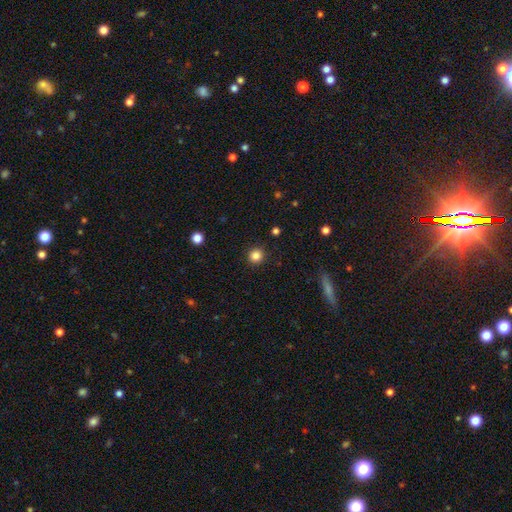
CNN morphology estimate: Smooth or featured?
  - smooth: 84% *
  - star or artifact: 12%
  - featured or disk: 4%
How rounded?
  - round: 94% *
  - in between: 5%
  - cigar-shaped: 1%
Merging?
  - none: 91% *
  - minor disturbance: 6%
  - major disturbance: 2%
  - merger: 1%